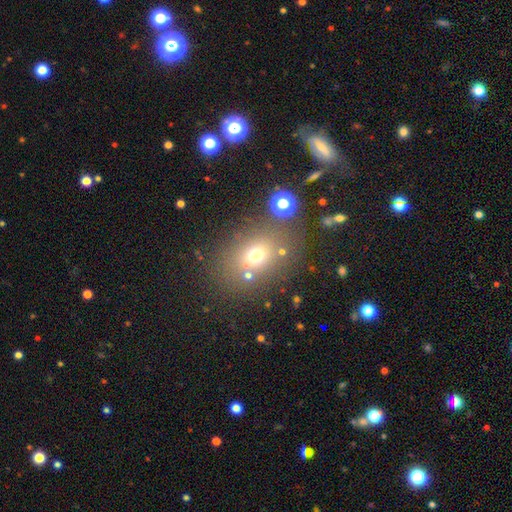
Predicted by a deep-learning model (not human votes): A smooth galaxy with no disk features (65%) that is in between round and cigar-shaped (54%). Merging: none (73%).